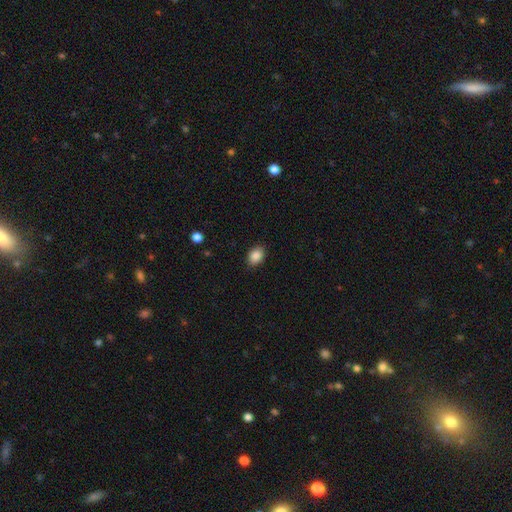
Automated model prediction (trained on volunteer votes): This appears to be a smooth galaxy with no disk features (87%) that is in between round and cigar-shaped (72%). Merging: none (88%).